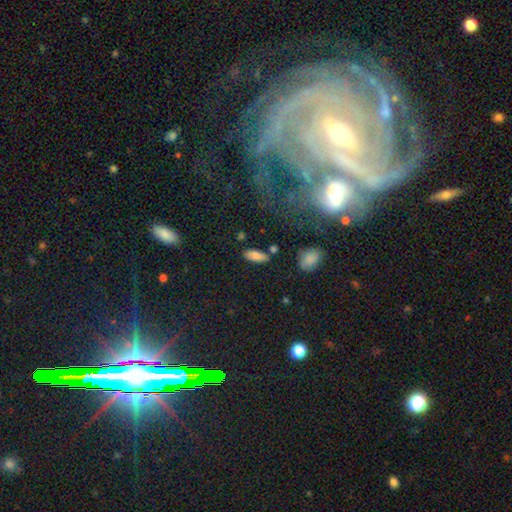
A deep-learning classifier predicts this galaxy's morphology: type=smooth (85%); roundness=in between (78%); merging=none (78%).